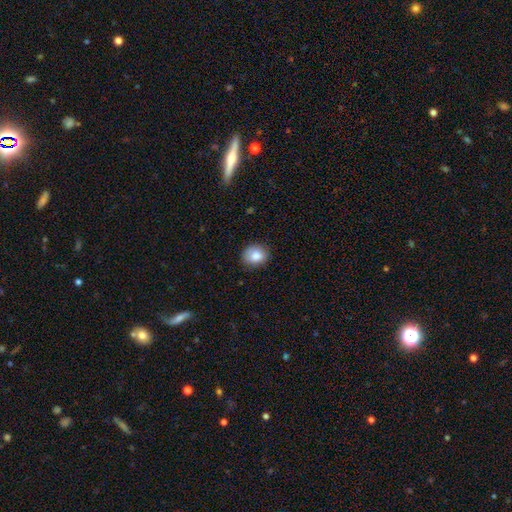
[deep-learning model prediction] This is clearly a smooth galaxy (84%). How rounded: likely round (64%). Merging: clearly none (84%).